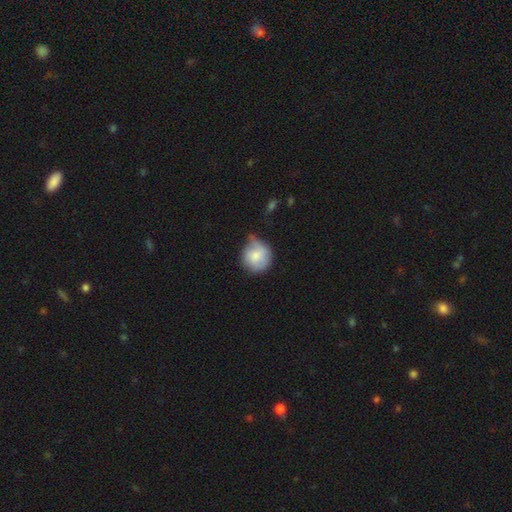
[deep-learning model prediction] Morphology: type=smooth (71%); roundness=round (86%); merging=minor disturbance (40%, tied with none).